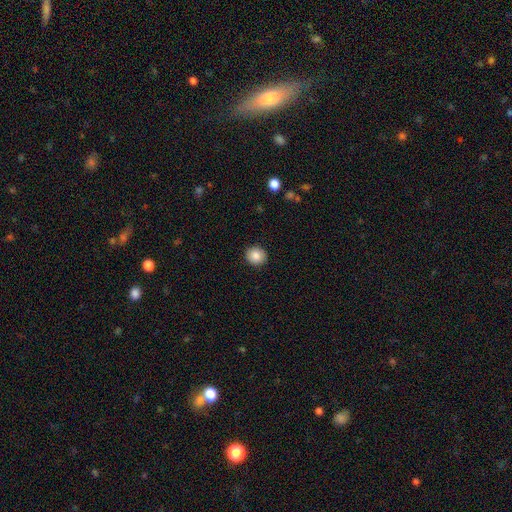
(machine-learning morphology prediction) Q: Smooth or featured?
A: smooth (87%); runner-up: star or artifact (8%)
Q: How rounded?
A: round (87%); runner-up: in between (12%)
Q: Merging?
A: none (92%); runner-up: minor disturbance (6%)